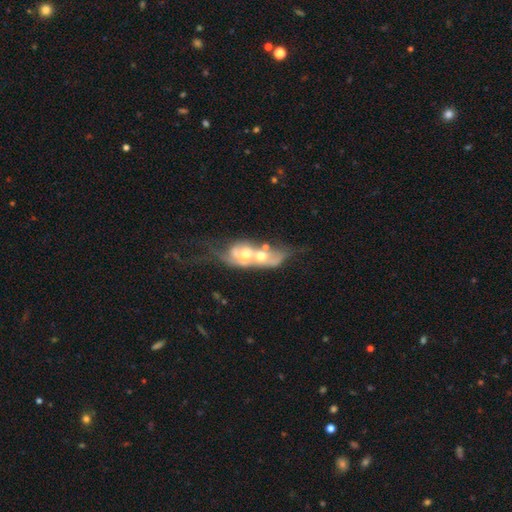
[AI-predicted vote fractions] featured or disk 65%, smooth 26%, star or artifact 9%. Down the decision tree: edge-on disk — no (88%); bar — no (81%); spiral arms — no (63%); bulge size — moderate (62%); merging — merger (69%).